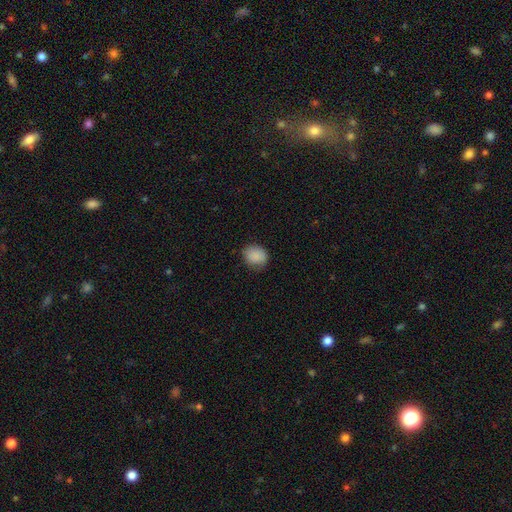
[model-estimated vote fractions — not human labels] Smooth or featured? smooth (87%)
How rounded? round (63%)
Merging? none (78%)